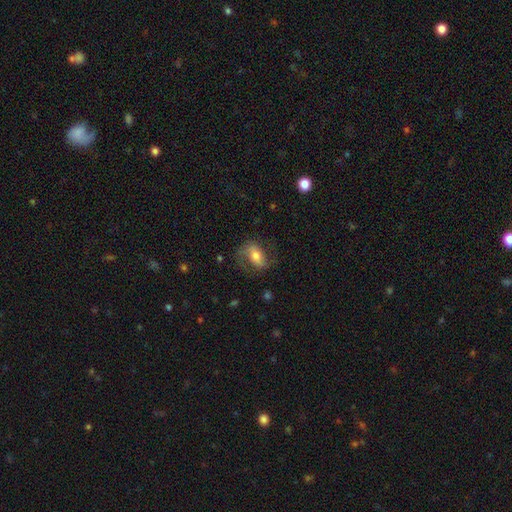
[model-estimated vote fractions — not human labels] The model was most divided on "smooth or featured": featured or disk: 51%, smooth: 41%, star or artifact: 8%. More confident: edge-on disk — no (94%); merging — none (62%).